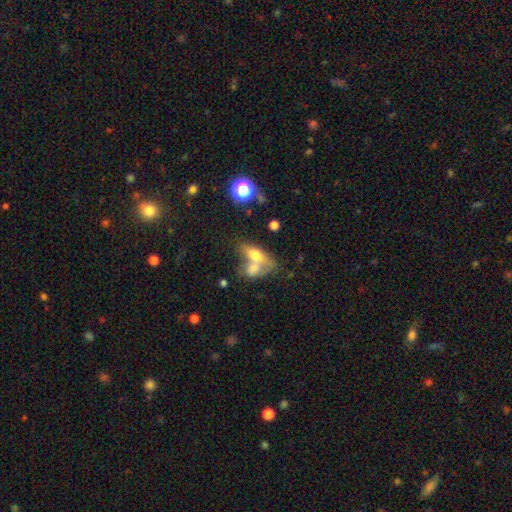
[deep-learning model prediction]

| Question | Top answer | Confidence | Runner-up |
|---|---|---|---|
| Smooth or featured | smooth | 63% | featured or disk (28%) |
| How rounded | in between | 76% | cigar-shaped (12%) |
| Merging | merger | 65% | none (20%) |